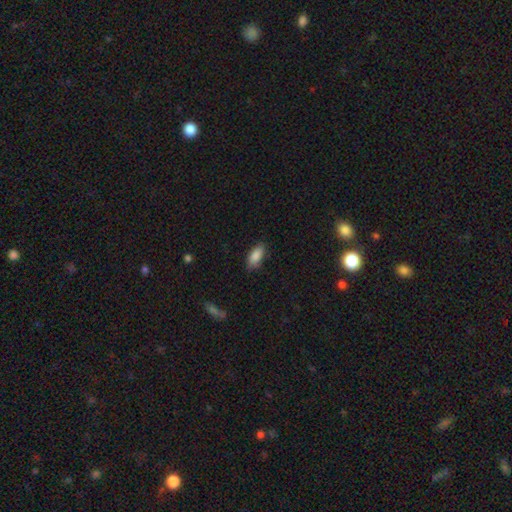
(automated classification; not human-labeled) smooth-or-featured: smooth: 87% | star or artifact: 7% | featured or disk: 6%
  how-rounded: in between: 84% | cigar-shaped: 14% | round: 2%
  merging: none: 81% | minor disturbance: 15% | major disturbance: 3% | merger: 1%